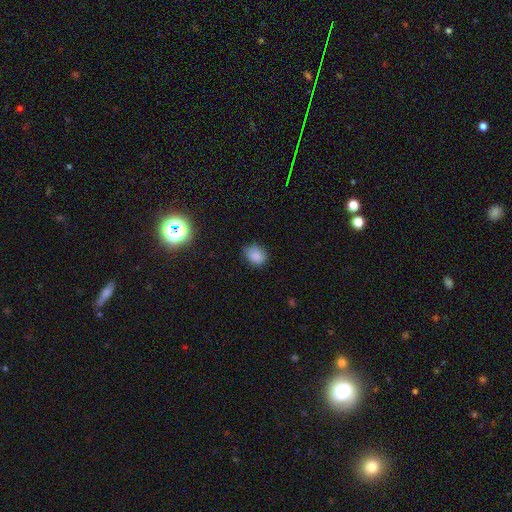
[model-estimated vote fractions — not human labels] This appears to be a smooth galaxy with no disk features (84%) that is round (53%). Merging: none (72%).